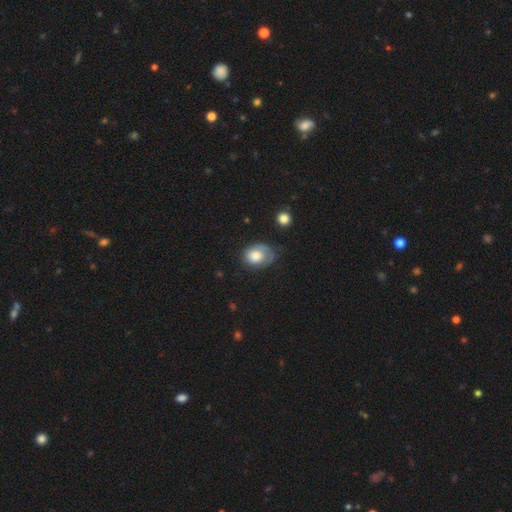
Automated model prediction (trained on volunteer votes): Morphology: type=smooth (58%); roundness=in between (62%); merging=none (49%).